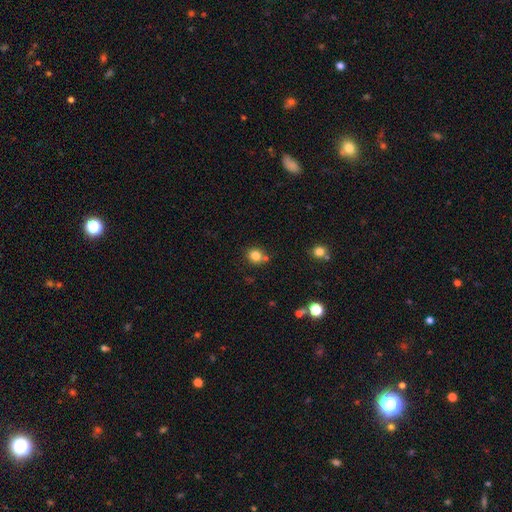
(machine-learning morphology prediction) This appears to be a smooth galaxy with no disk features (82%) that is round (81%). Merging: none (68%).